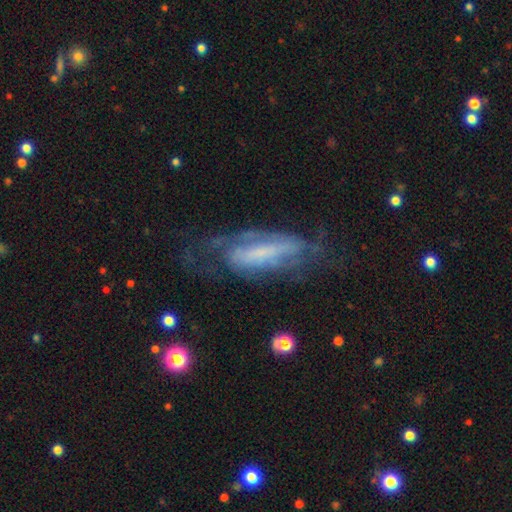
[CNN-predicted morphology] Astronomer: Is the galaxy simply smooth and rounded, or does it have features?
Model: featured or disk — 68%.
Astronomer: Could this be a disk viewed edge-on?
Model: no — 79%.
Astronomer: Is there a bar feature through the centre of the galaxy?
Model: no — 38% (runner-up: weak, 32%).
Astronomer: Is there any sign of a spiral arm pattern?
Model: yes — 74%.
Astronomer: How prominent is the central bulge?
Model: small — 39% (runner-up: none, 36%).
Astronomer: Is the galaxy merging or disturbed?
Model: none — 50%.